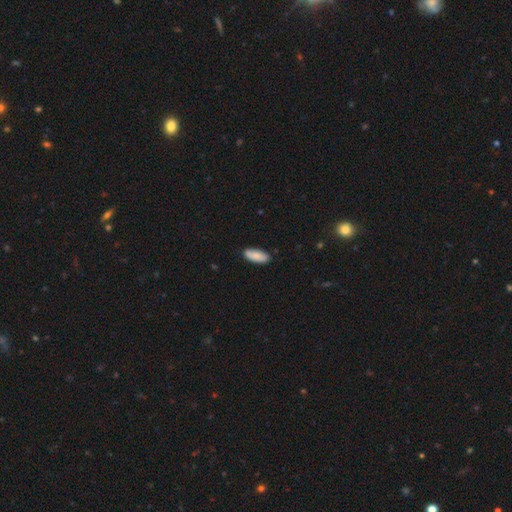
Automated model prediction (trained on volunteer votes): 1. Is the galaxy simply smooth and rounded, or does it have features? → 86% smooth, 8% featured or disk, 6% star or artifact.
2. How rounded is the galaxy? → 80% in between, 18% cigar-shaped, 2% round.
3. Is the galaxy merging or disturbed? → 86% none, 11% minor disturbance, 2% major disturbance, 1% merger.